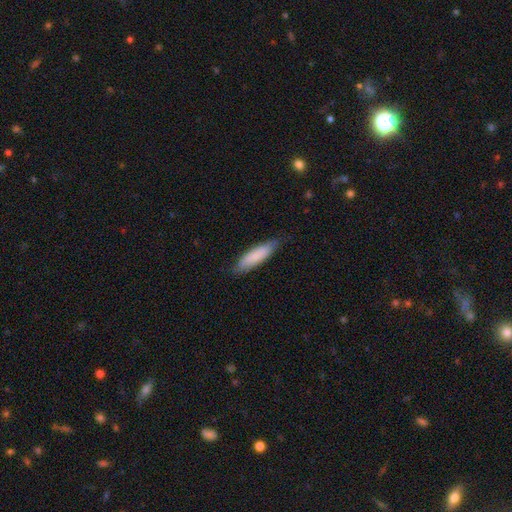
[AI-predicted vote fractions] Morphology: type=smooth (83%); roundness=cigar-shaped (69%); merging=none (81%).